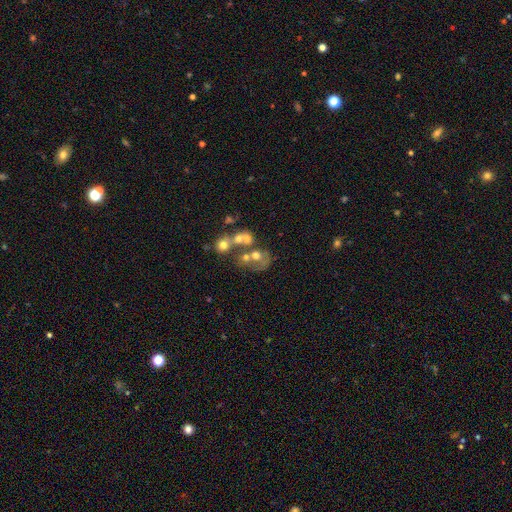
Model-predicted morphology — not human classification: Smooth or featured?
  - smooth: 46% *
  - featured or disk: 38%
  - star or artifact: 16%
Merging?
  - merger: 50% *
  - none: 26%
  - major disturbance: 14%
  - minor disturbance: 10%